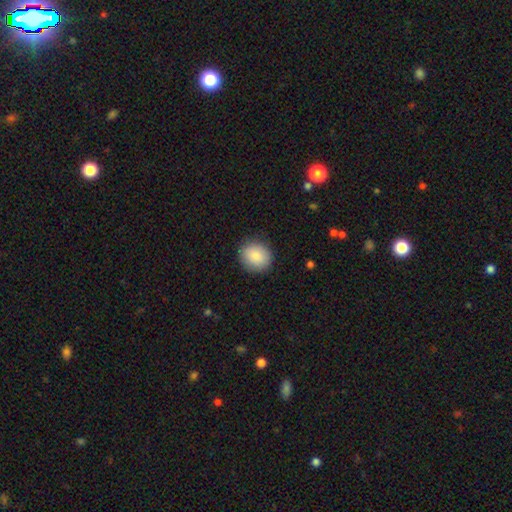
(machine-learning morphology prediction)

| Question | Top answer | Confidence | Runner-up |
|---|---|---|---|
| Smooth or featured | smooth | 88% | star or artifact (7%) |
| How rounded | round | 77% | in between (22%) |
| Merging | none | 88% | minor disturbance (8%) |